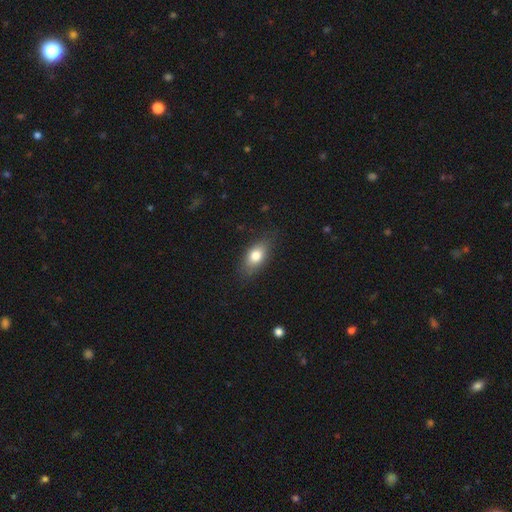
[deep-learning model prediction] smooth 77%, featured or disk 15%, star or artifact 8%. Down the decision tree: how rounded — in between (83%); merging — none (80%).